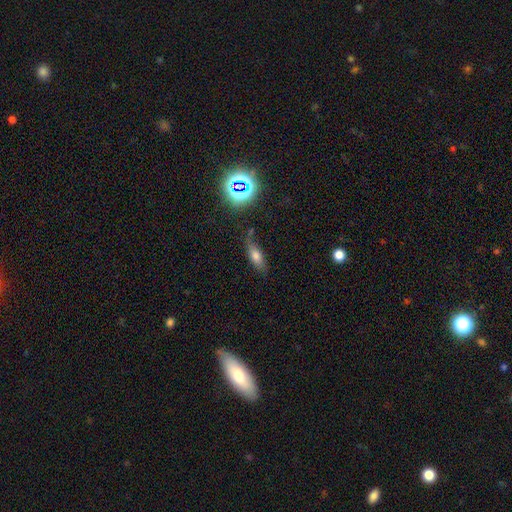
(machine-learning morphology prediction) smooth_or_featured: smooth (p=0.65) [alt: featured or disk p=0.19]
how_rounded: in between (p=0.66) [alt: cigar-shaped p=0.29]
merging: none (p=0.66) [alt: minor disturbance p=0.22]